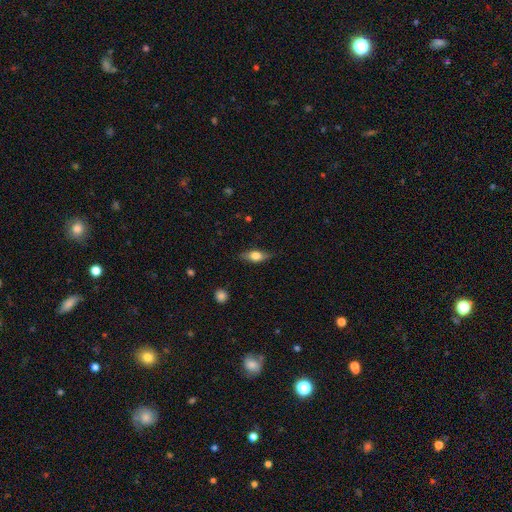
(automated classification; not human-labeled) Morphology: type=smooth (55%); roundness=in between (70%); merging=none (80%).